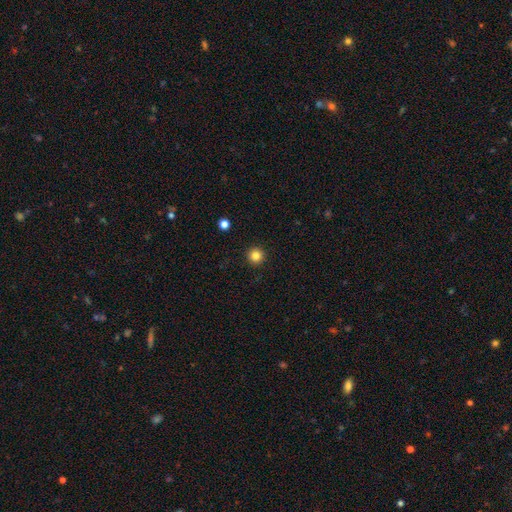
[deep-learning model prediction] Smooth or featured?
  - smooth: 83% *
  - star or artifact: 12%
  - featured or disk: 5%
How rounded?
  - round: 96% *
  - in between: 3%
  - cigar-shaped: 1%
Merging?
  - none: 93% *
  - minor disturbance: 4%
  - major disturbance: 2%
  - merger: 1%